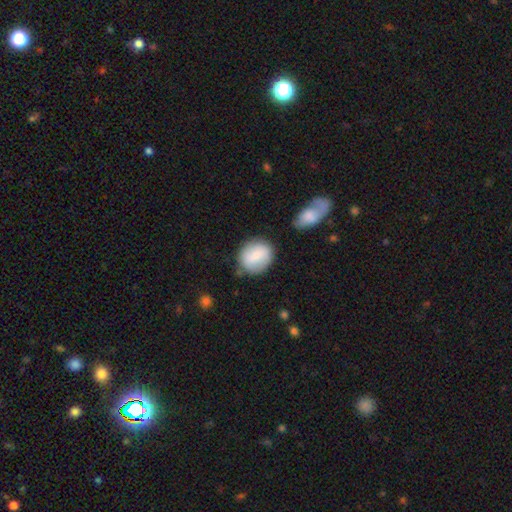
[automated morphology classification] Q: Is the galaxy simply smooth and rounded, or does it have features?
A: smooth — 74%.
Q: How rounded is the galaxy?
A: round — 67%.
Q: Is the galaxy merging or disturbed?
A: none — 74%.